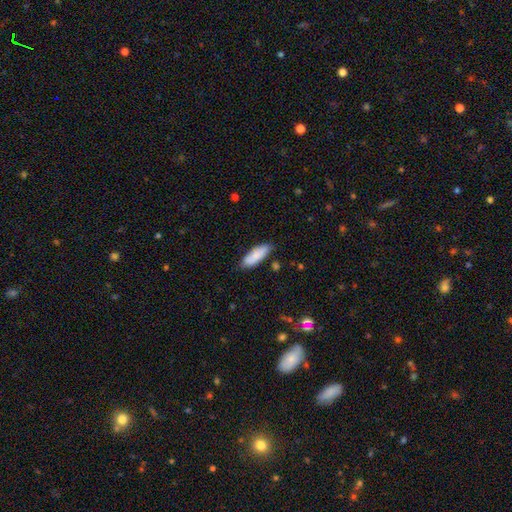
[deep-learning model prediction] Overall: smooth (83%). How rounded: in between (63%; cigar-shaped 35%). Merging: none (77%).